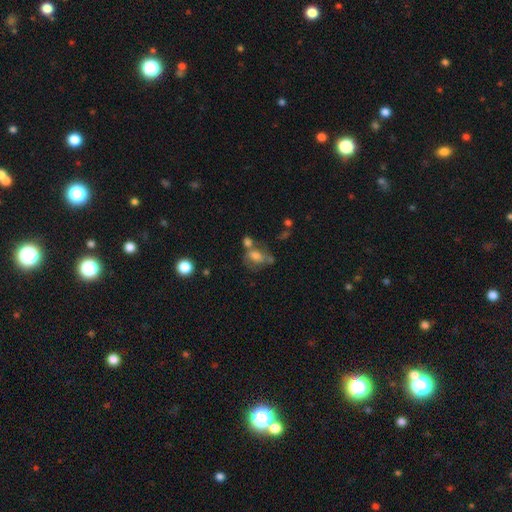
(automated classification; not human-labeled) Smooth or featured: smooth — 61% (featured or disk — 27%)
How rounded: in between — 75% (round — 22%)
Merging: merger — 32% (none — 30%)